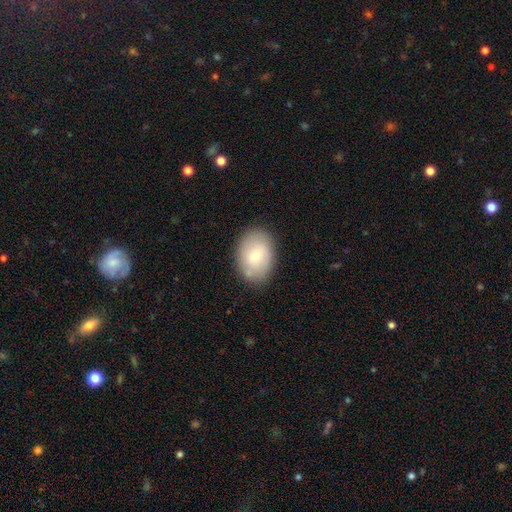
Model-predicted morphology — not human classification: Smooth or featured? Predicted: smooth (p=0.73). How rounded? Predicted: in between (p=0.79). Merging? Predicted: none (p=0.82).